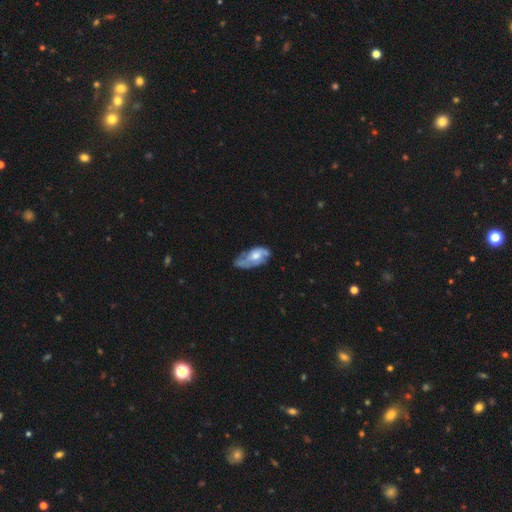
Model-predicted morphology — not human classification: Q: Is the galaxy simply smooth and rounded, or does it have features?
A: featured or disk — 57%.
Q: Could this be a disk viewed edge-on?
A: no — 90%.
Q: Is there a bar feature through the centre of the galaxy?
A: no — 74%.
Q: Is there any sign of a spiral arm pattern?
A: yes — 71%.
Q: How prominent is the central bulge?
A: moderate — 59%.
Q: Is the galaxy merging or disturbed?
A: none — 43%.